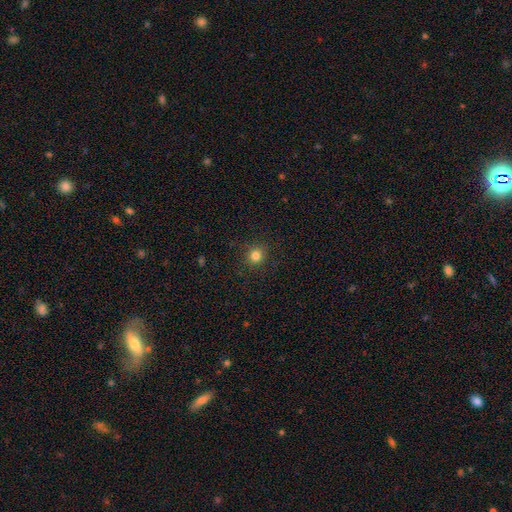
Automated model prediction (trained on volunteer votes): smooth_or_featured: smooth (p=0.82) [alt: star or artifact p=0.13]
how_rounded: round (p=0.87) [alt: in between p=0.12]
merging: none (p=0.90) [alt: minor disturbance p=0.07]